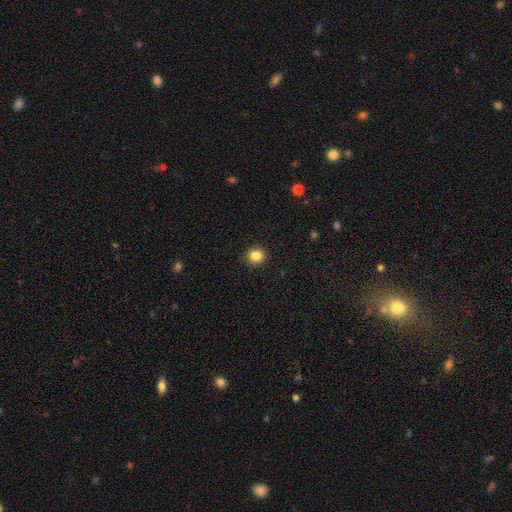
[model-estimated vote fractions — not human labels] Q: Smooth or featured?
A: smooth (86%); runner-up: star or artifact (11%)
Q: How rounded?
A: round (88%); runner-up: in between (11%)
Q: Merging?
A: none (92%); runner-up: minor disturbance (5%)